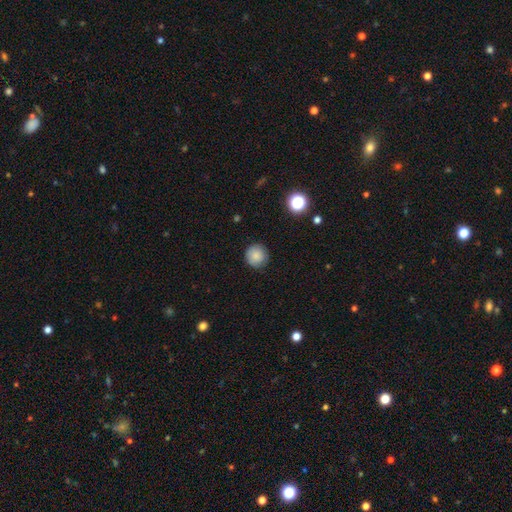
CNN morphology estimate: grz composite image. It shows a smooth galaxy with no disk features (81%) that is round (94%). Merging: none (87%).